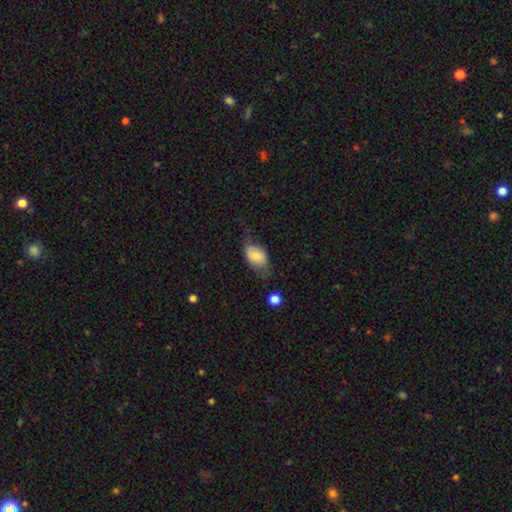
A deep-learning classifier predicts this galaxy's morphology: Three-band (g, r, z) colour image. It shows a smooth galaxy with no disk features (72%) that is in between round and cigar-shaped (89%). Merging: none (48%).